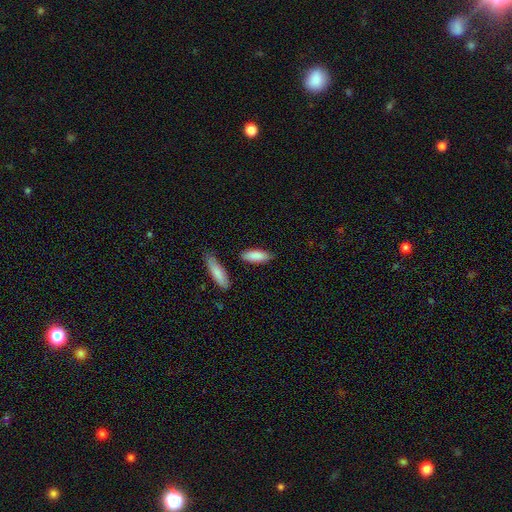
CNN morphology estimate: This appears to be a smooth galaxy with no disk features (88%) that is in between round and cigar-shaped (66%). Merging: none (83%).